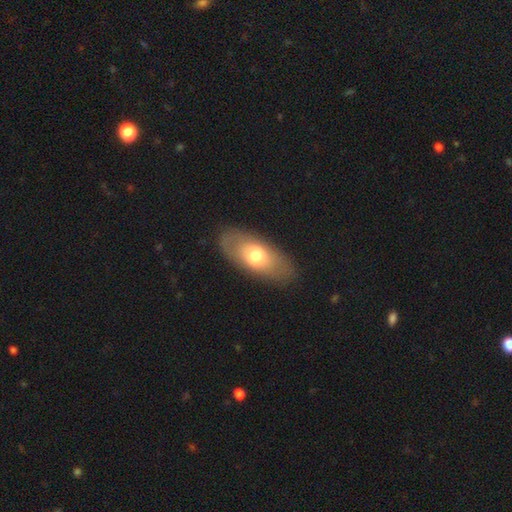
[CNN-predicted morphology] A smooth galaxy with no disk features (64%) that is in between round and cigar-shaped (88%).

Vote fractions:
- Smooth or featured? smooth: 64% / featured or disk: 30% / star or artifact: 6%
- How rounded? in between: 88% / cigar-shaped: 8% / round: 5%
- Merging? none: 85% / minor disturbance: 10% / major disturbance: 4% / merger: 1%